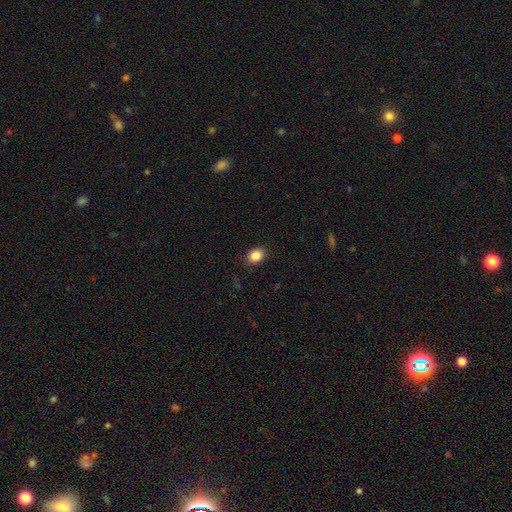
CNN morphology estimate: Smooth or featured?
  - smooth: 86% *
  - star or artifact: 9%
  - featured or disk: 5%
How rounded?
  - in between: 60% *
  - round: 39%
  - cigar-shaped: 1%
Merging?
  - none: 88% *
  - minor disturbance: 9%
  - major disturbance: 2%
  - merger: 1%